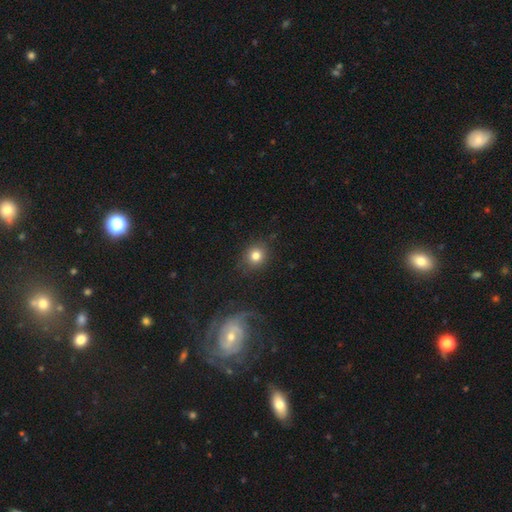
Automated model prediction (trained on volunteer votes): The model was most divided on "how rounded": round: 83%, in between: 16%, cigar-shaped: 1%. More confident: merging — none (83%); smooth or featured — smooth (79%).